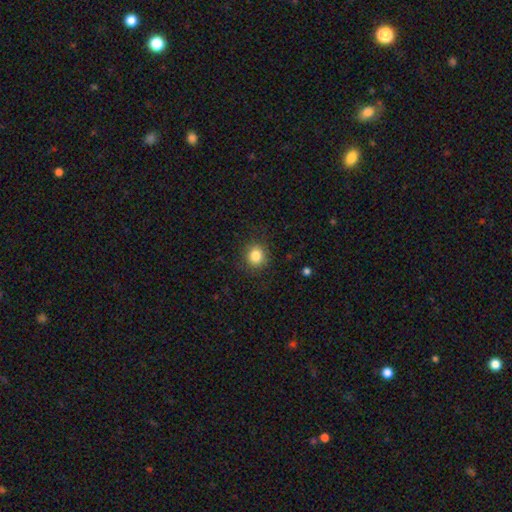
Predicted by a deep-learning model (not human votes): The model was most divided on "how rounded": round: 86%, in between: 13%, cigar-shaped: 1%. More confident: merging — none (88%); smooth or featured — smooth (84%).